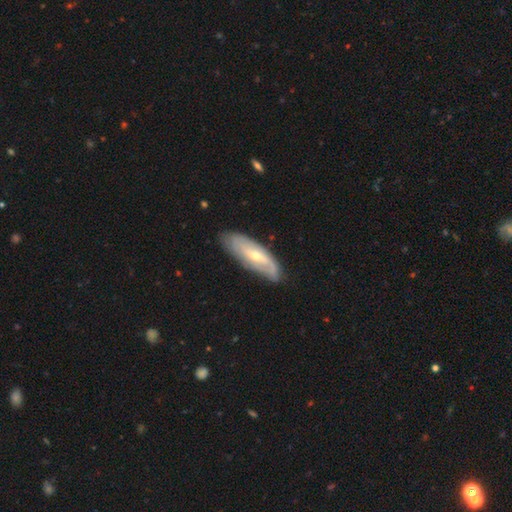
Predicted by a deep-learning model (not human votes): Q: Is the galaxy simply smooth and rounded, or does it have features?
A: featured or disk — 66%.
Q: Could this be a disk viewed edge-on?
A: no — 81%.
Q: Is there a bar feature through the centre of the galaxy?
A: no — 48%.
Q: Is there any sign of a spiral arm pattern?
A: yes — 77%.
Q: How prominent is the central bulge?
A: small — 60%.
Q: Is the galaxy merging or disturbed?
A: none — 72%.